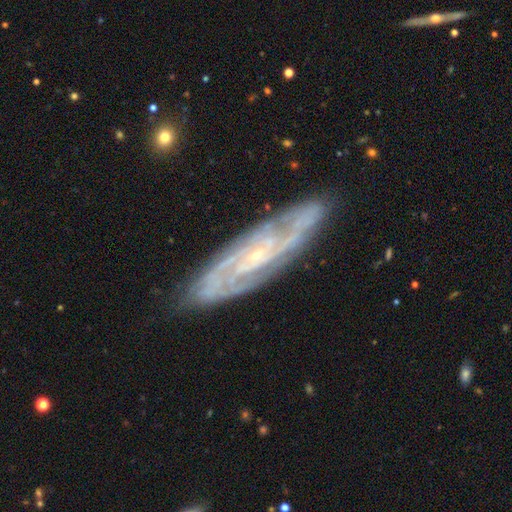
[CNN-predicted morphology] This appears to be a featured or disk galaxy (87%) with no bar (55%), 2 (32%) tight (60%) spiral arms (97%) and a small central bulge (80%). Merging: none (82%).